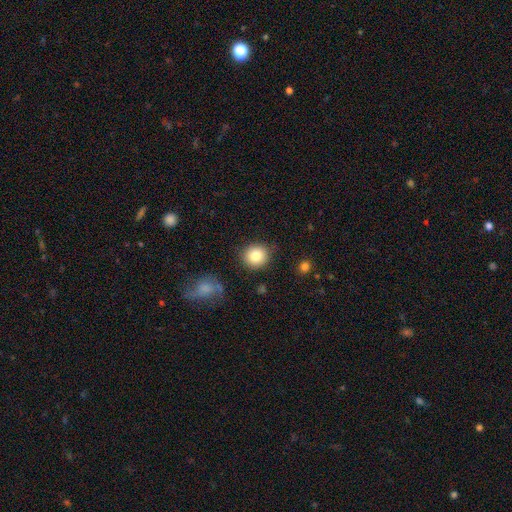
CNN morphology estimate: A smooth galaxy with no disk features (84%) that is round (89%). Merging: none (87%).